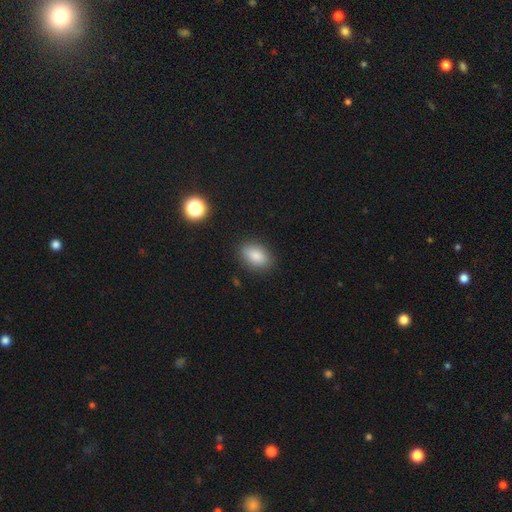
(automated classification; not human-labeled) Morphology: type=smooth (86%); roundness=in between (87%); merging=none (86%).